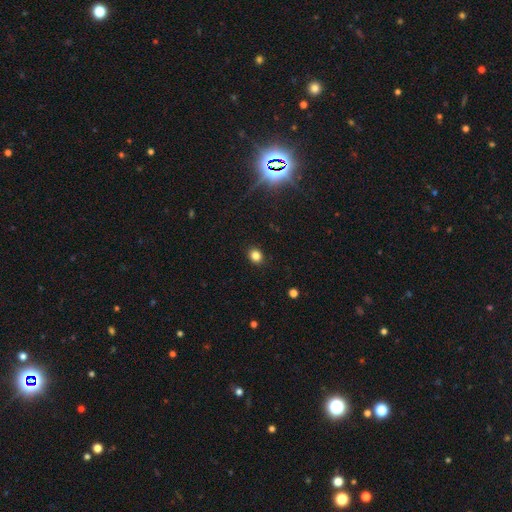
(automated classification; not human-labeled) Q: Smooth or featured?
A: smooth (83%); runner-up: star or artifact (12%)
Q: How rounded?
A: round (64%); runner-up: in between (35%)
Q: Merging?
A: none (90%); runner-up: minor disturbance (7%)